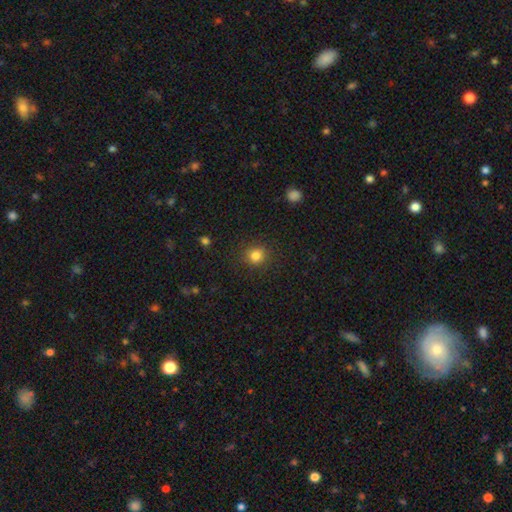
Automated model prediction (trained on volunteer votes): This is clearly a smooth galaxy (83%). How rounded: clearly round (88%). Merging: clearly none (89%).